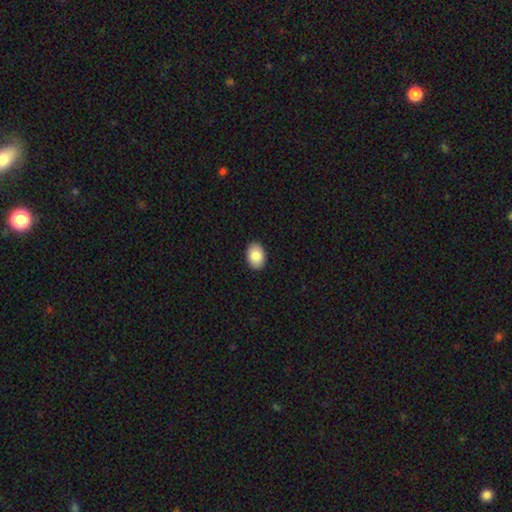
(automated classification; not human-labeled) A smooth galaxy with no disk features (87%) that is in between round and cigar-shaped (83%). Merging: none (91%).